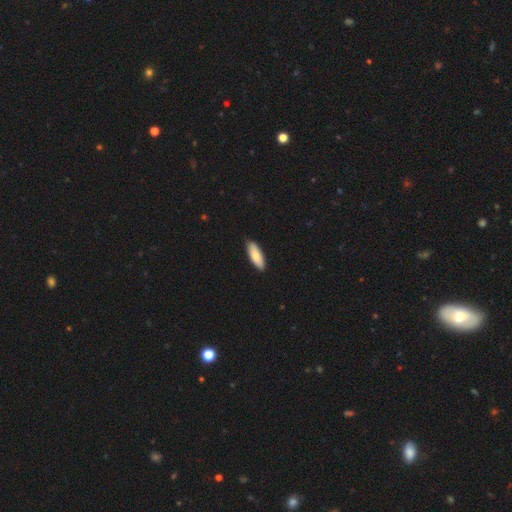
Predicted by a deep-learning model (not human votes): smooth-or-featured: smooth: 80% | featured or disk: 15% | star or artifact: 5%
  how-rounded: in between: 62% | cigar-shaped: 36% | round: 2%
  merging: none: 89% | minor disturbance: 8% | major disturbance: 1% | merger: 1%